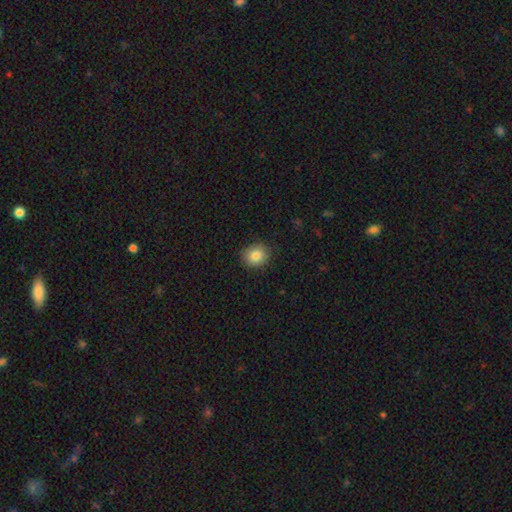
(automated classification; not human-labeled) A smooth galaxy with no disk features (83%) that is round (79%).

Vote fractions:
- Smooth or featured? smooth: 83% / star or artifact: 10% / featured or disk: 7%
- How rounded? round: 79% / in between: 20% / cigar-shaped: 1%
- Merging? none: 88% / minor disturbance: 9% / major disturbance: 2% / merger: 1%